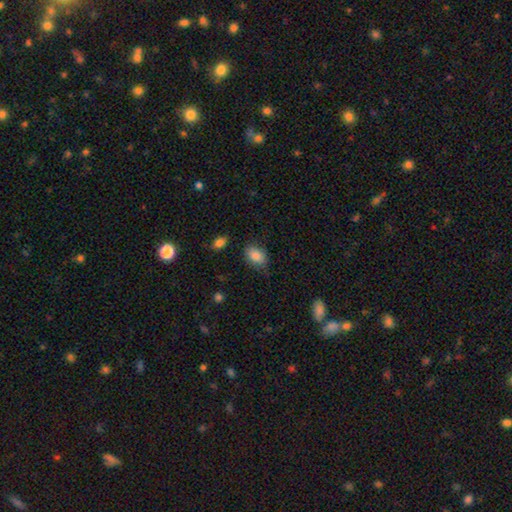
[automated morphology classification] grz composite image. It shows a smooth galaxy with no disk features (84%) that is in between round and cigar-shaped (81%). Merging: none (70%).